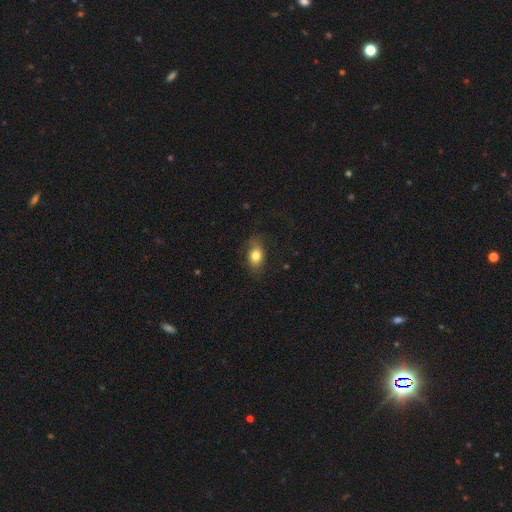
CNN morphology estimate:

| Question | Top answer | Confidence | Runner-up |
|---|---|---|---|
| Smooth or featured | smooth | 79% | featured or disk (12%) |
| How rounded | in between | 80% | round (17%) |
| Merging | none | 73% | minor disturbance (20%) |